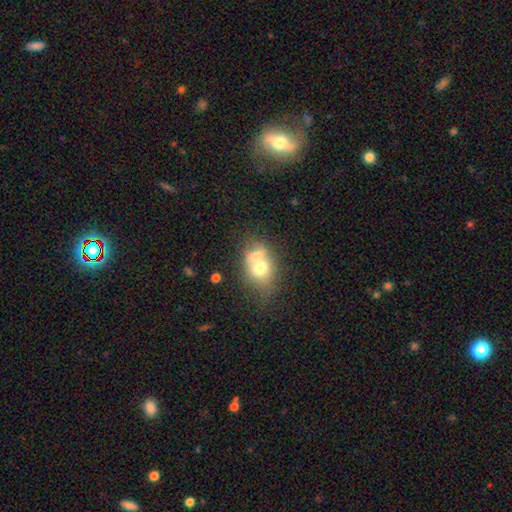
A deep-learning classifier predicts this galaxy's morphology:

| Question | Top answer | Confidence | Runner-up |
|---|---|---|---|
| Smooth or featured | smooth | 65% | featured or disk (26%) |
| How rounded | round | 52% | in between (47%) |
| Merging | merger | 65% | none (20%) |